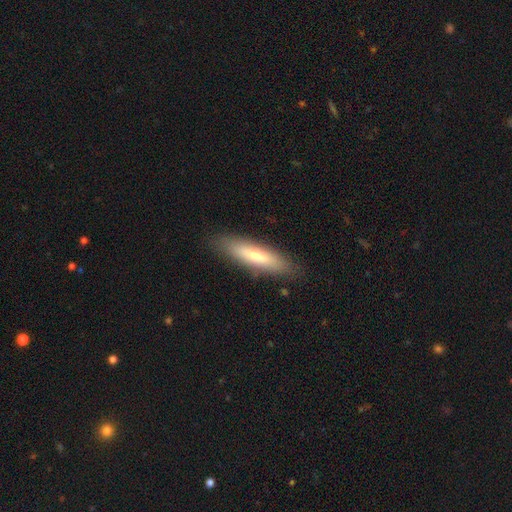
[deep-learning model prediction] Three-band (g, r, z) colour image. It shows a smooth galaxy with no disk features (72%) that is cigar-shaped (74%). Merging: none (86%).